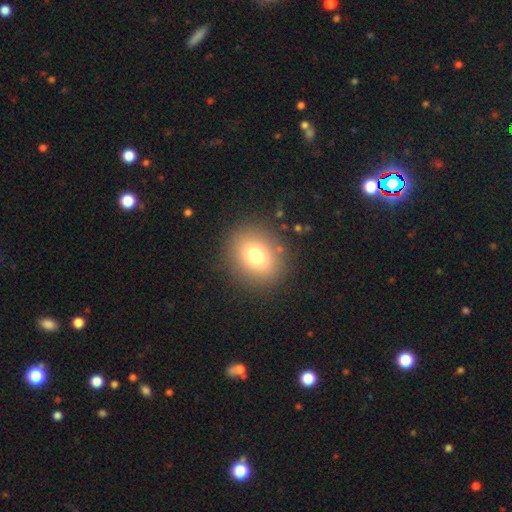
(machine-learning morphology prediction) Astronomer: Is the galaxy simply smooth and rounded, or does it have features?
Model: smooth — 75%.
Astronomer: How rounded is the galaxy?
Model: round — 70%.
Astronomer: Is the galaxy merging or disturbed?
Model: none — 87%.